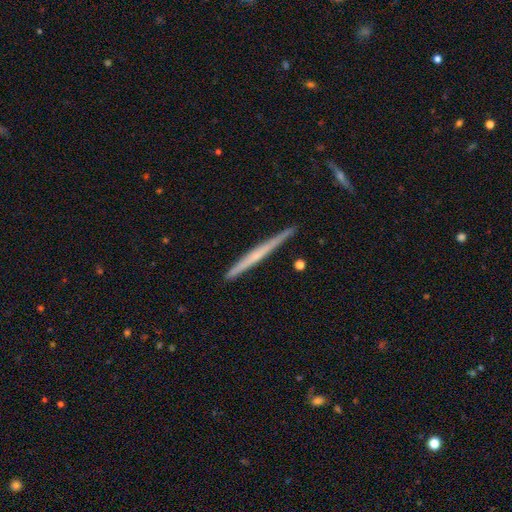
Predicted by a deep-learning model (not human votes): A featured or disk galaxy (58%) viewed edge-on (98%) with no central bulge (73%). Merging: none (90%).